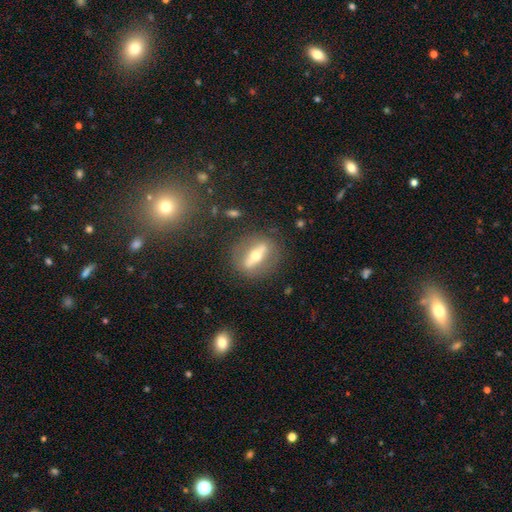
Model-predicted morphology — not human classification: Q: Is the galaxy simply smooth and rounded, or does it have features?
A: featured or disk — 66%.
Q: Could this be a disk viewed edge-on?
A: yes — 52%.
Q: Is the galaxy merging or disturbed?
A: none — 81%.